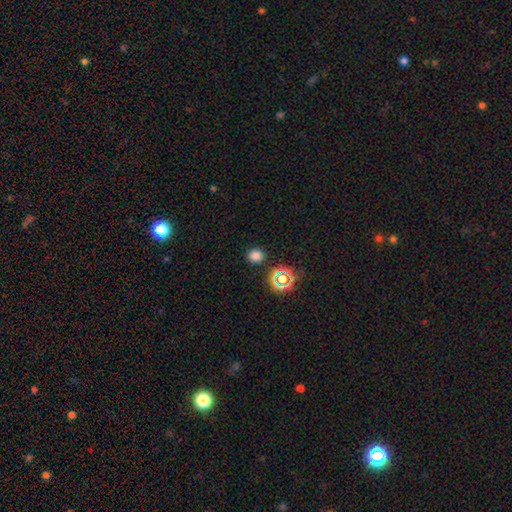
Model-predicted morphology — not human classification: smooth 76%, star or artifact 19%, featured or disk 5%. Down the decision tree: how rounded — round (83%); merging — none (88%).